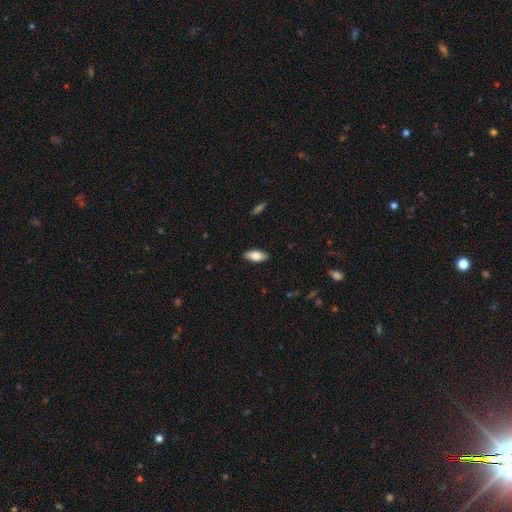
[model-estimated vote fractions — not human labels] smooth-or-featured: smooth: 78% | featured or disk: 15% | star or artifact: 6%
  how-rounded: in between: 86% | cigar-shaped: 12% | round: 2%
  merging: none: 88% | minor disturbance: 9% | major disturbance: 2% | merger: 1%